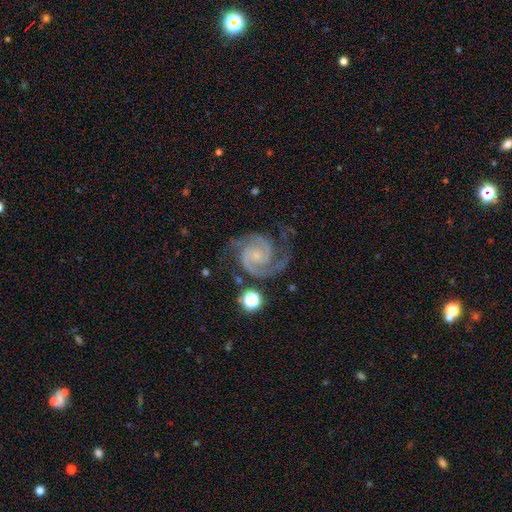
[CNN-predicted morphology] smooth_or_featured: featured or disk (p=0.92) [alt: star or artifact p=0.05]
disk_edge_on: no (p=0.98) [alt: yes p=0.02]
bar: no (p=0.67) [alt: weak p=0.26]
has_spiral_arms: yes (p=0.99) [alt: no p=0.01]
spiral_winding: tight (p=0.51) [alt: medium p=0.43]
spiral_arm_count: 2 (p=0.85) [alt: 3 p=0.07]
bulge_size: small (p=0.69) [alt: moderate p=0.17]
merging: none (p=0.70) [alt: minor disturbance p=0.17]